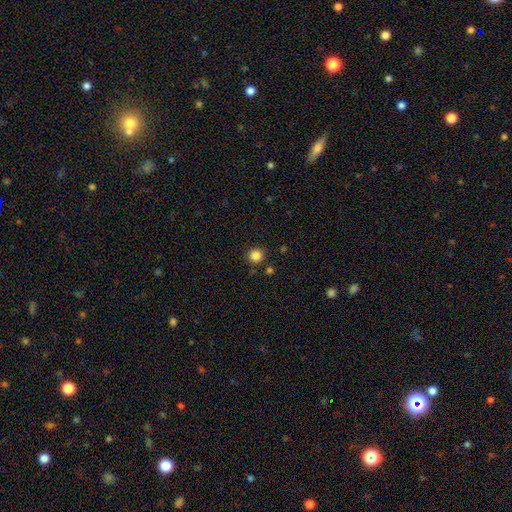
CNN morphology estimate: Smooth or featured?
  - smooth: 85% *
  - star or artifact: 12%
  - featured or disk: 4%
How rounded?
  - round: 95% *
  - in between: 4%
  - cigar-shaped: 1%
Merging?
  - none: 89% *
  - minor disturbance: 6%
  - merger: 3%
  - major disturbance: 2%